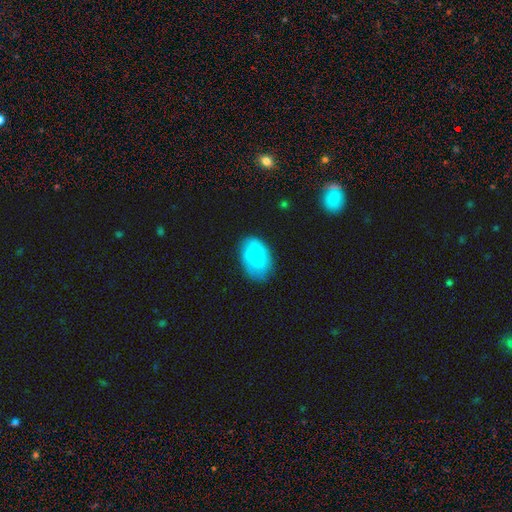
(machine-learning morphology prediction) Smooth or featured?
  - smooth: 73% *
  - featured or disk: 20%
  - star or artifact: 7%
How rounded?
  - in between: 85% *
  - round: 13%
  - cigar-shaped: 1%
Merging?
  - none: 75% *
  - minor disturbance: 19%
  - major disturbance: 5%
  - merger: 1%